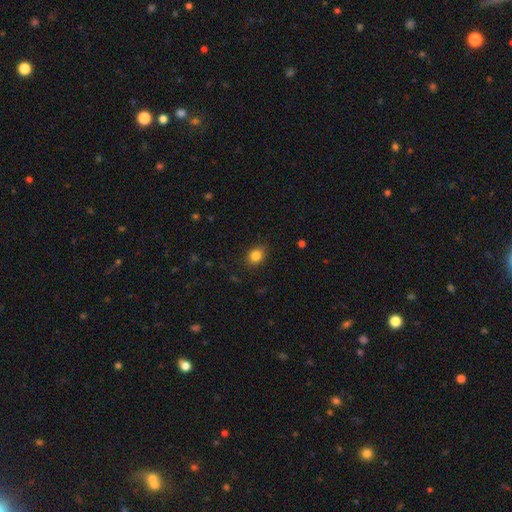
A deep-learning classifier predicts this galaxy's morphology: Smooth or featured? smooth (84%)
How rounded? round (53%)
Merging? none (87%)